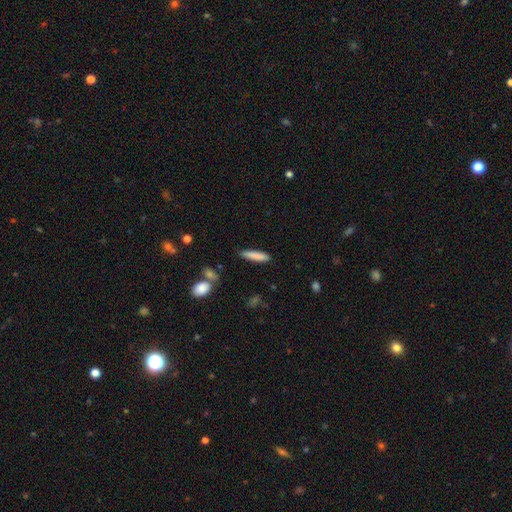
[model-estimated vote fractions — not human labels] This appears to be a smooth galaxy with no disk features (84%) that is cigar-shaped (84%). Merging: none (84%).